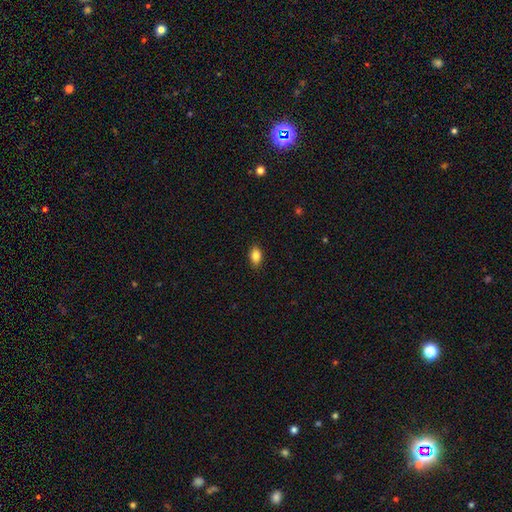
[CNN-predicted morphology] Overall: smooth (86%). How rounded: in between (88%). Merging: none (88%).